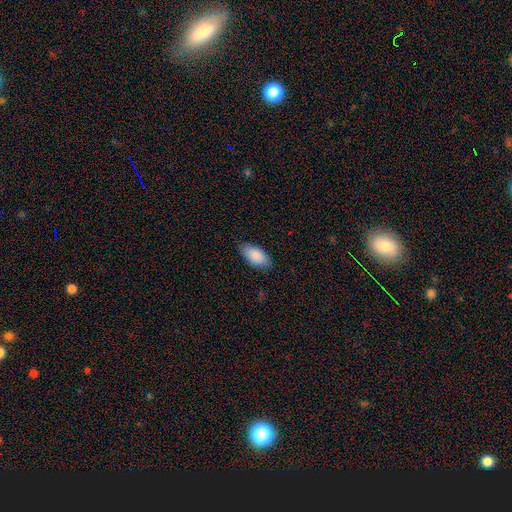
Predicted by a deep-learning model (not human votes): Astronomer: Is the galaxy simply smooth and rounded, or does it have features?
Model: smooth — 87%.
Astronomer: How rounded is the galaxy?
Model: in between — 94%.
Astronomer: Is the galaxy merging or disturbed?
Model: none — 84%.